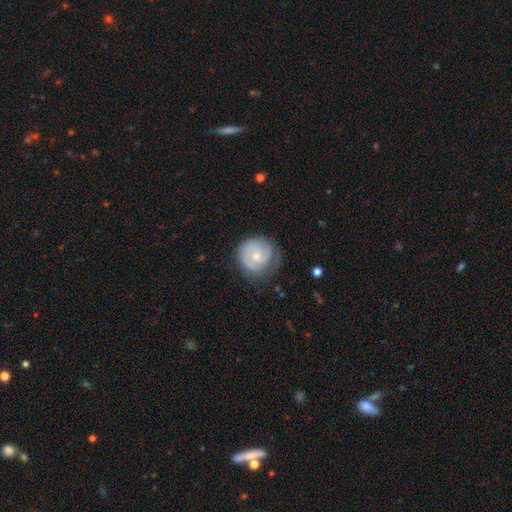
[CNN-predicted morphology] Q: Smooth or featured?
A: featured or disk (68%); runner-up: smooth (26%)
Q: Edge-on disk?
A: no (98%); runner-up: yes (2%)
Q: Bar?
A: no (70%); runner-up: weak (26%)
Q: Spiral arms?
A: yes (87%); runner-up: no (13%)
Q: Spiral winding?
A: tight (58%); runner-up: medium (31%)
Q: Spiral arm count?
A: 2 (50%); runner-up: can't tell (22%)
Q: Bulge size?
A: small (49%); runner-up: moderate (47%)
Q: Merging?
A: none (68%); runner-up: minor disturbance (22%)